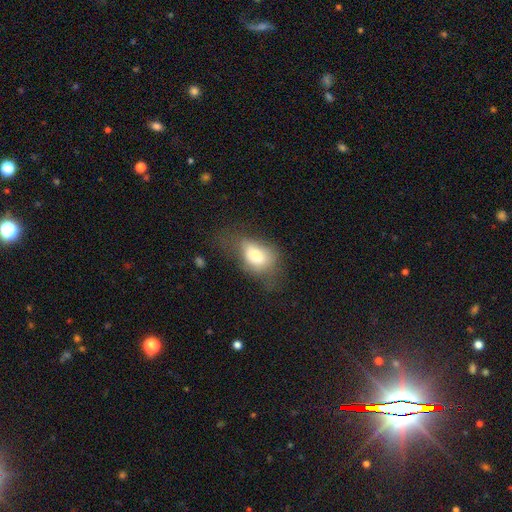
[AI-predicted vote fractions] A smooth galaxy with no disk features (74%) that is in between round and cigar-shaped (83%).

Vote fractions:
- Smooth or featured? smooth: 74% / featured or disk: 17% / star or artifact: 9%
- How rounded? in between: 83% / round: 16% / cigar-shaped: 2%
- Merging? major disturbance: 35% / none: 32% / minor disturbance: 30% / merger: 3%